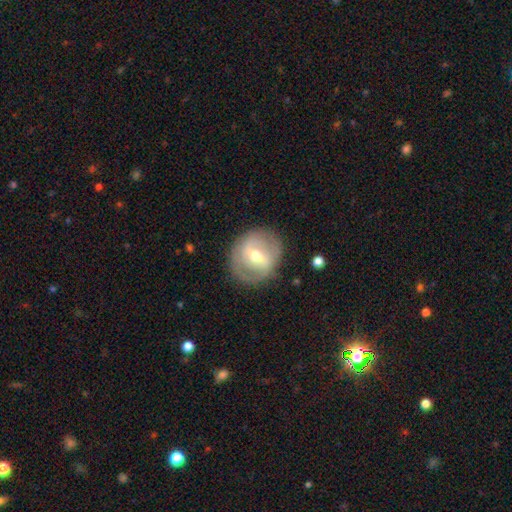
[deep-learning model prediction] Smooth or featured: featured or disk — 64% (smooth — 30%)
Edge-on disk: no — 95% (yes — 5%)
Bar: weak — 45% (strong — 33%)
Spiral arms: yes — 51% (no — 49%)
Bulge size: moderate — 66% (small — 28%)
Merging: none — 80% (minor disturbance — 13%)